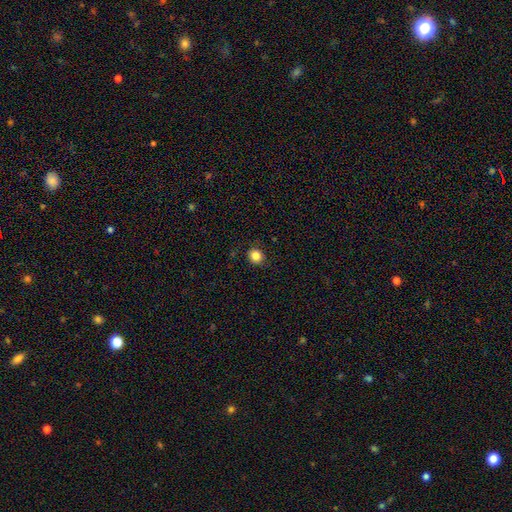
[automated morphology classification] This is clearly a smooth galaxy (84%). How rounded: clearly round (83%). Merging: clearly none (88%).